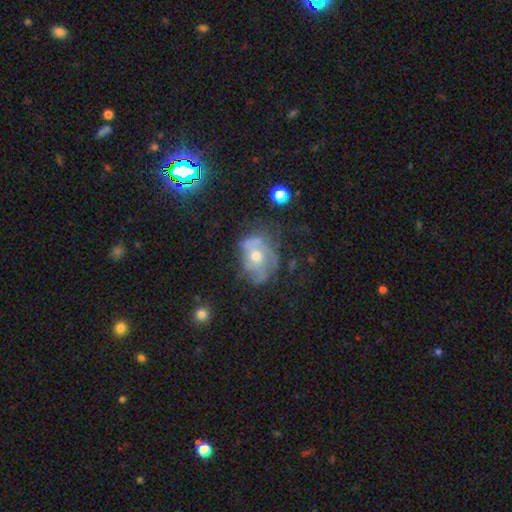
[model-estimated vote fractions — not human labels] A featured or disk galaxy (63%) with no bar (79%), spiral arms (63%) and a moderate central bulge (68%).

Vote fractions:
- Smooth or featured? featured or disk: 63% / smooth: 23% / star or artifact: 14%
- Edge-on disk? no: 96% / yes: 4%
- Bar? no: 79% / weak: 17% / strong: 4%
- Spiral arms? yes: 63% / no: 37%
- Bulge size? moderate: 68% / small: 24% / large: 5% / none: 2% / dominant: 1%
- Merging? none: 48% / minor disturbance: 27% / major disturbance: 22% / merger: 3%